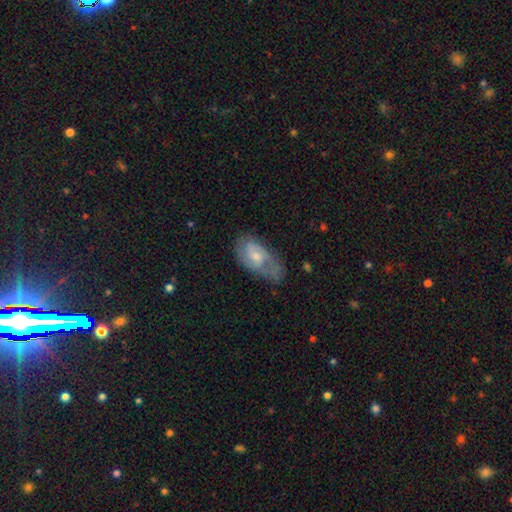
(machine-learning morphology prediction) featured or disk 55%, smooth 38%, star or artifact 6%. Down the decision tree: edge-on disk — no (93%); bar — no (59%); spiral arms — yes (77%); bulge size — moderate (47%); merging — none (49%).